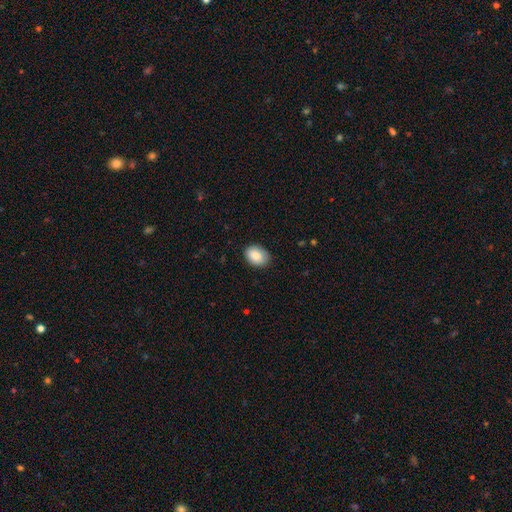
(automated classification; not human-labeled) A smooth galaxy with no disk features (87%) that is in between round and cigar-shaped (73%).

Vote fractions:
- Smooth or featured? smooth: 87% / star or artifact: 7% / featured or disk: 6%
- How rounded? in between: 73% / round: 26% / cigar-shaped: 1%
- Merging? none: 84% / minor disturbance: 13% / major disturbance: 2% / merger: 1%